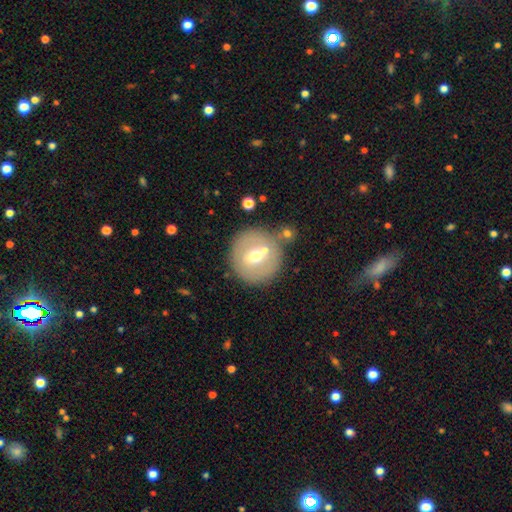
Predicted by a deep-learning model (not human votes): A smooth galaxy with no disk features (56%) that is round (92%). Merging: none (73%).